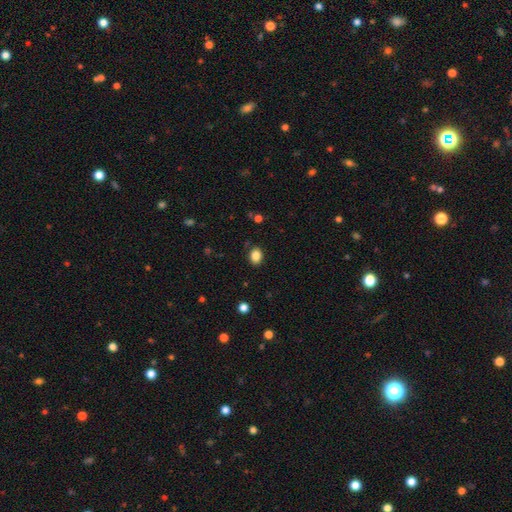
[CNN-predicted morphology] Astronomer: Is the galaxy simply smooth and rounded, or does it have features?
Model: smooth — 86%.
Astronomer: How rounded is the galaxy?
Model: in between — 62% (runner-up: round, 37%).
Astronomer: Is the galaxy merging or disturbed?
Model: none — 87%.